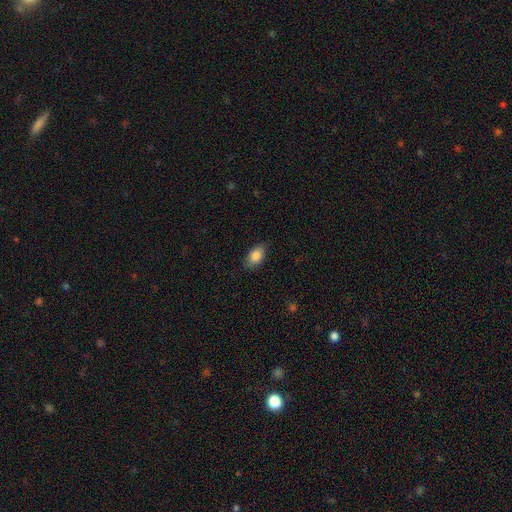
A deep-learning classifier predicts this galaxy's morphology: Smooth or featured? smooth (86%)
How rounded? in between (90%)
Merging? none (82%)